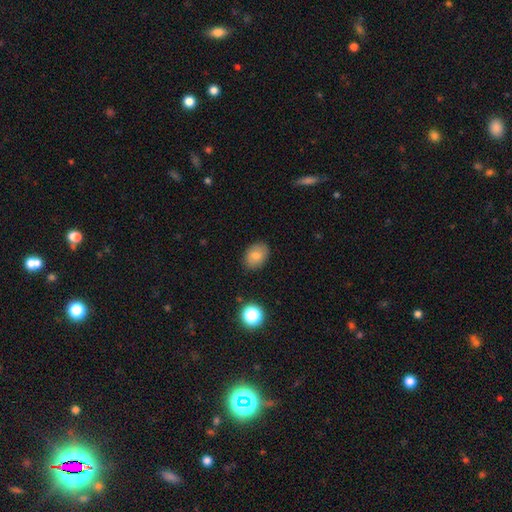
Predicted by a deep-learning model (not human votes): The model was most divided on "how rounded": in between: 67%, round: 32%, cigar-shaped: 1%. More confident: merging — none (85%); smooth or featured — smooth (78%).